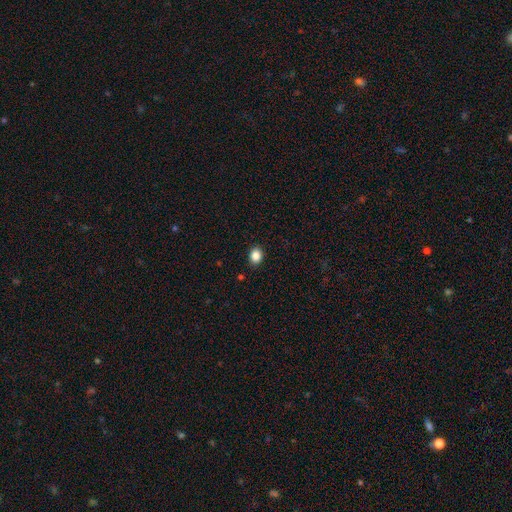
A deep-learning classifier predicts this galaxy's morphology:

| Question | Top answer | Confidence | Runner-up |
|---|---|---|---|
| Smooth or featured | smooth | 86% | star or artifact (10%) |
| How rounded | in between | 51% | round (48%) |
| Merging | none | 90% | minor disturbance (7%) |